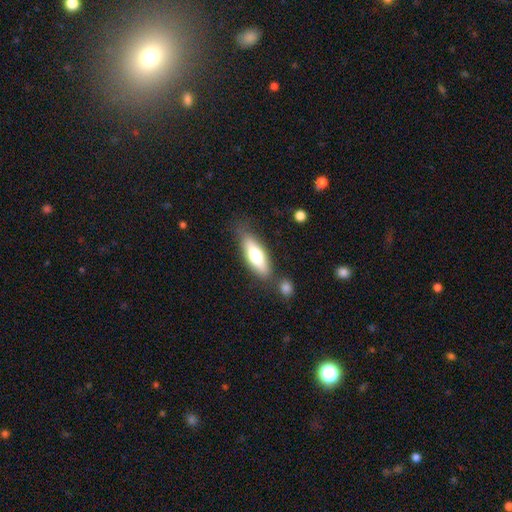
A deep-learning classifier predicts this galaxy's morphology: Smooth or featured: smooth — 62% (featured or disk — 32%)
How rounded: in between — 58% (cigar-shaped — 40%)
Merging: none — 72% (minor disturbance — 15%)